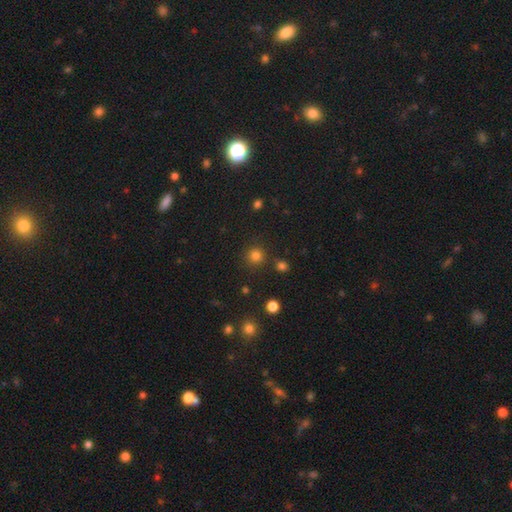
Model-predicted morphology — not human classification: smooth 80%, star or artifact 16%, featured or disk 4%. Down the decision tree: how rounded — round (94%); merging — none (87%).